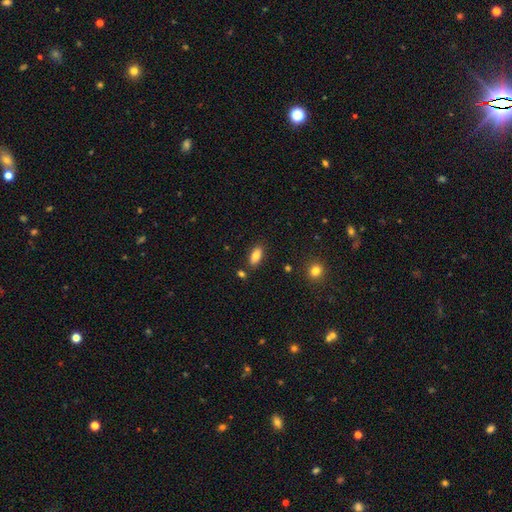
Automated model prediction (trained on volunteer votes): smooth_or_featured: smooth (p=0.82) [alt: featured or disk p=0.10]
how_rounded: in between (p=0.88) [alt: cigar-shaped p=0.09]
merging: none (p=0.82) [alt: minor disturbance p=0.11]